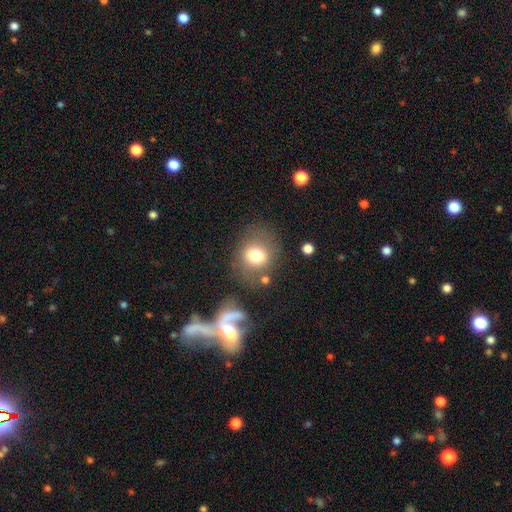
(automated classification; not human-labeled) Morphology: type=smooth (72%); roundness=round (69%); merging=none (65%).